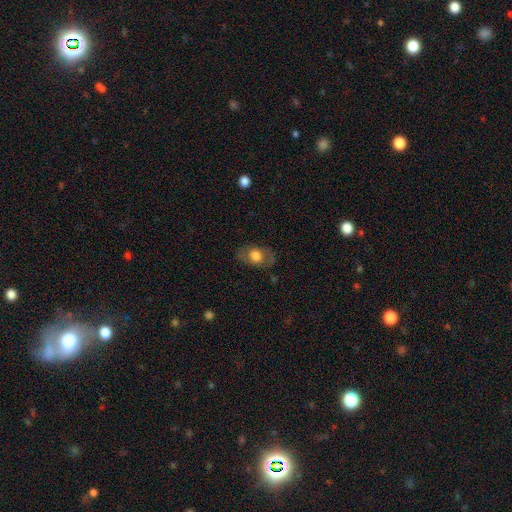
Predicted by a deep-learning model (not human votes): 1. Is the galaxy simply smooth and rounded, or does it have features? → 59% smooth, 33% featured or disk, 8% star or artifact.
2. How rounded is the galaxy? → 77% in between, 21% round, 2% cigar-shaped.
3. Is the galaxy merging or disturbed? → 78% none, 15% minor disturbance, 7% major disturbance, 1% merger.